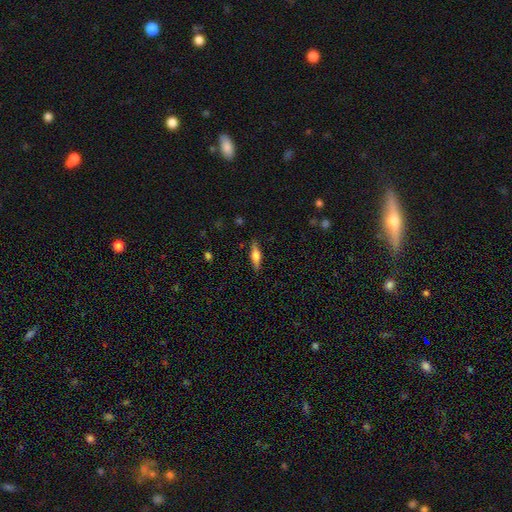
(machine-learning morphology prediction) This is possibly a smooth galaxy (47%). Merging: clearly none (87%).